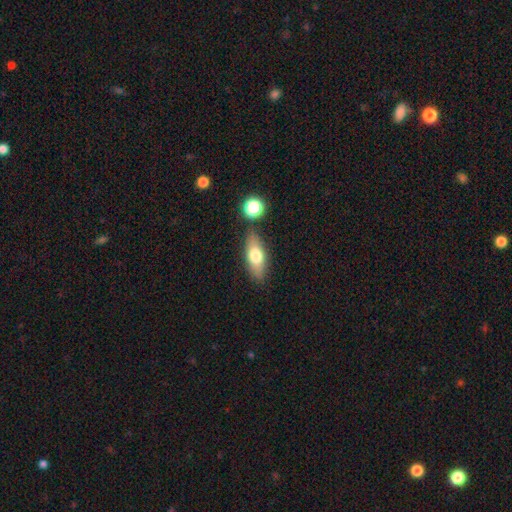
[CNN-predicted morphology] Q: Smooth or featured?
A: smooth (70%); runner-up: featured or disk (22%)
Q: How rounded?
A: in between (75%); runner-up: cigar-shaped (20%)
Q: Merging?
A: none (79%); runner-up: minor disturbance (12%)